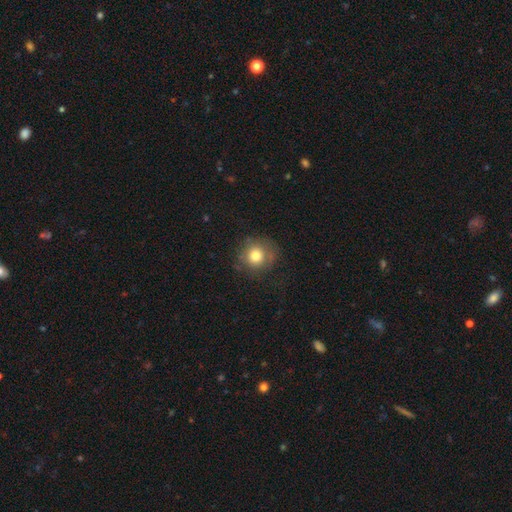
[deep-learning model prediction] A smooth galaxy with no disk features (76%) that is round (91%).

Vote fractions:
- Smooth or featured? smooth: 76% / featured or disk: 13% / star or artifact: 11%
- How rounded? round: 91% / in between: 8% / cigar-shaped: 1%
- Merging? none: 74% / minor disturbance: 17% / major disturbance: 8% / merger: 2%